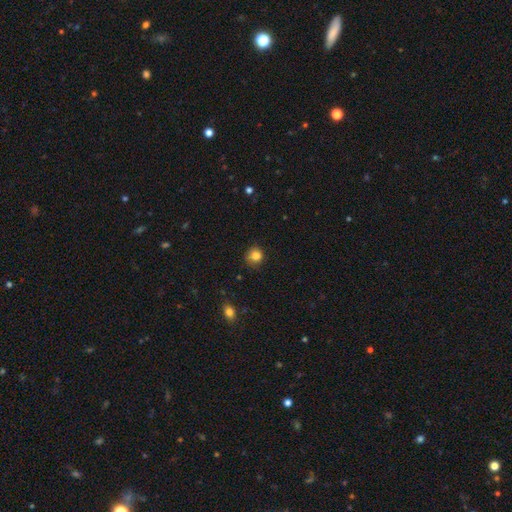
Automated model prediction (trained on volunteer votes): smooth 83%, star or artifact 11%, featured or disk 6%. Down the decision tree: how rounded — round (85%); merging — none (76%).